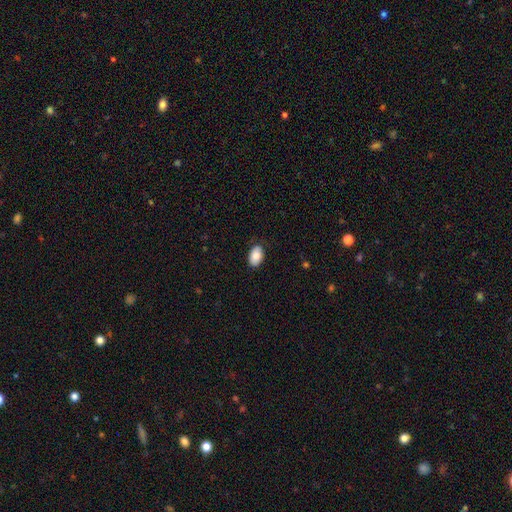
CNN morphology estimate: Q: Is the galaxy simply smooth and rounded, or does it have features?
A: smooth — 84%.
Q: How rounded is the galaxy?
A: in between — 92%.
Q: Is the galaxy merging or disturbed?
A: none — 80%.